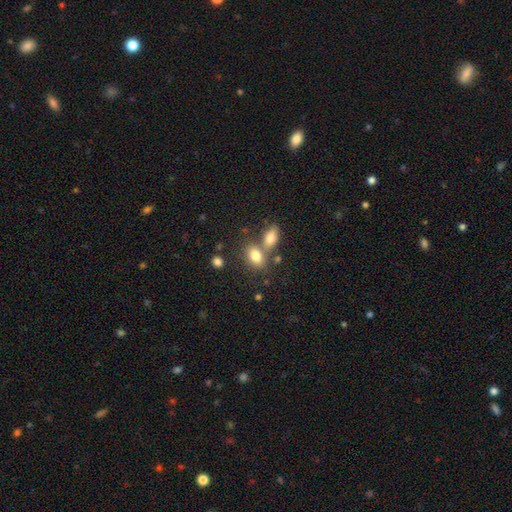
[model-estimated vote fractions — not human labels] smooth 81%, featured or disk 10%, star or artifact 9%. Down the decision tree: how rounded — in between (85%); merging — none (48%).